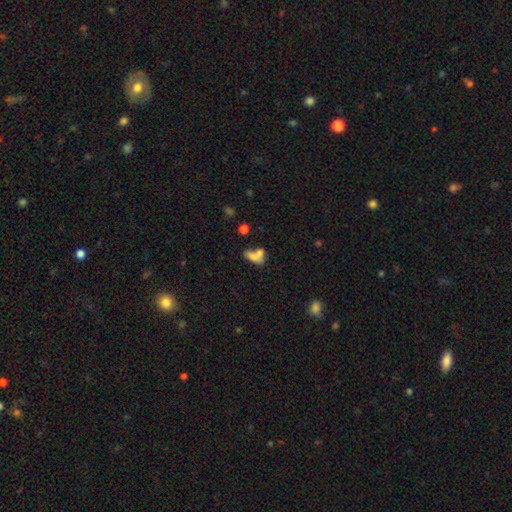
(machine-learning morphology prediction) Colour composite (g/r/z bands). It shows a smooth galaxy with no disk features (68%) that is in between round and cigar-shaped (77%). Merging: merger (54%).